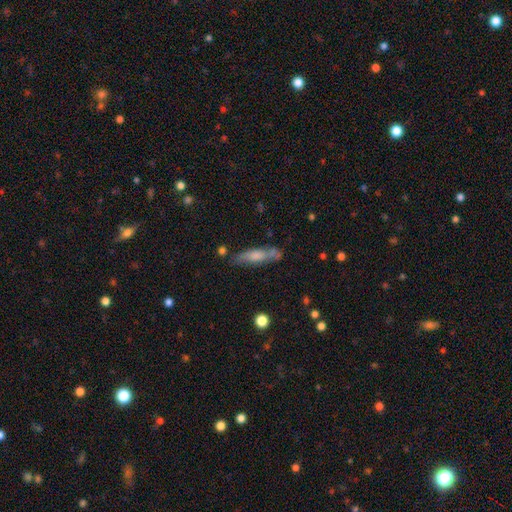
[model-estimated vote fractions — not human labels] smooth 58%, featured or disk 36%, star or artifact 7%. Down the decision tree: how rounded — cigar-shaped (73%); merging — none (64%).